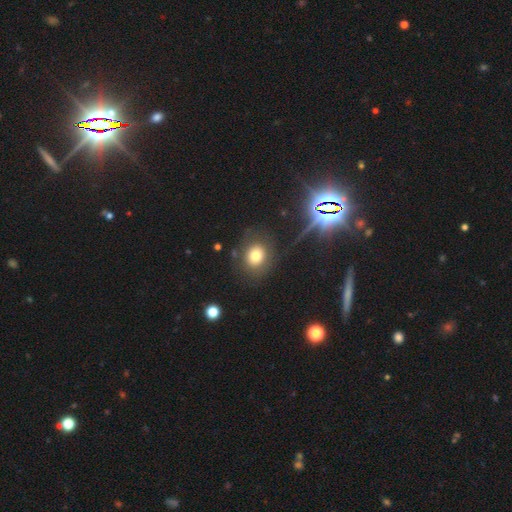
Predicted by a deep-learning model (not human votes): The model was most divided on "how rounded": round: 62%, in between: 37%, cigar-shaped: 1%. More confident: merging — none (81%); smooth or featured — smooth (73%).